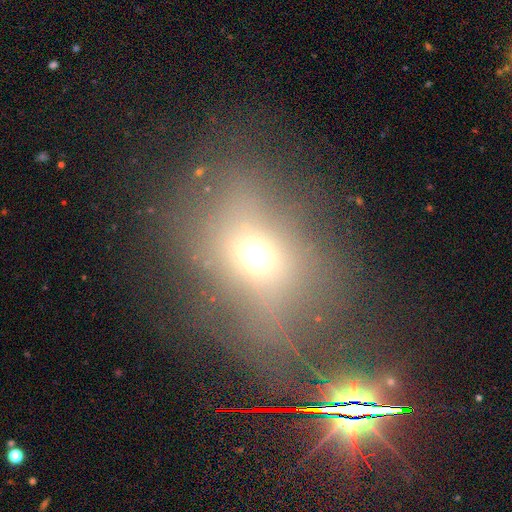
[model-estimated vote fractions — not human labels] Smooth or featured? Predicted: smooth (p=0.53). How rounded? Predicted: round (p=0.49). Merging? Predicted: none (p=0.52).